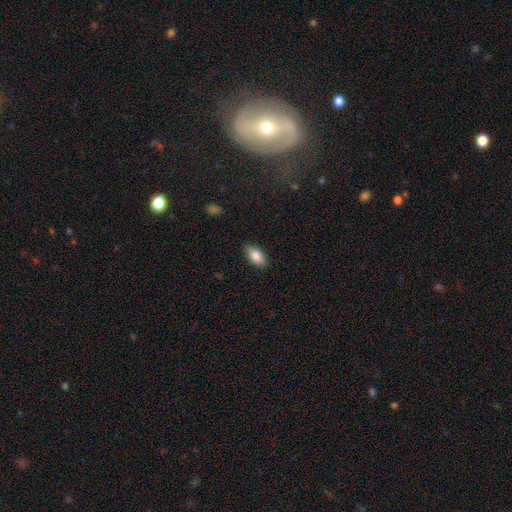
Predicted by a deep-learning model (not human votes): Smooth or featured: smooth — 84% (featured or disk — 9%)
How rounded: in between — 92% (cigar-shaped — 5%)
Merging: none — 87% (minor disturbance — 9%)